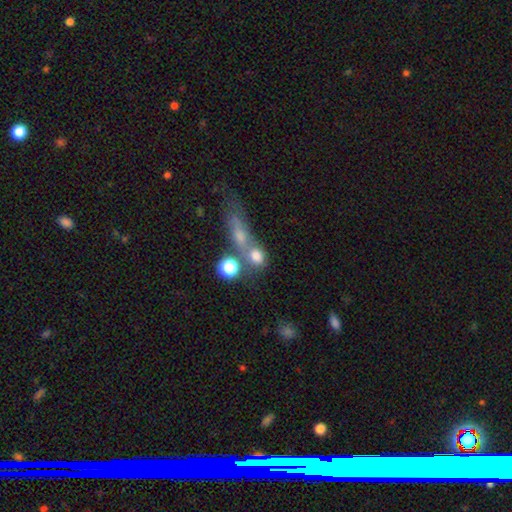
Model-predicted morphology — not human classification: This is likely a smooth galaxy (71%). How rounded: possibly round (58%). Merging: marginally none (42%).